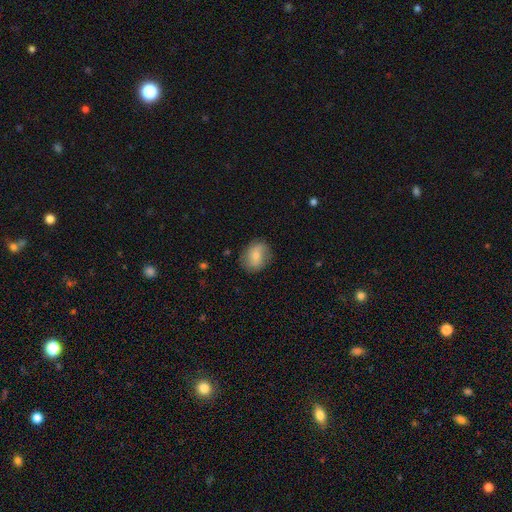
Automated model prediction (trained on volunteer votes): Smooth or featured? smooth (63%)
How rounded? round (54%)
Merging? none (80%)